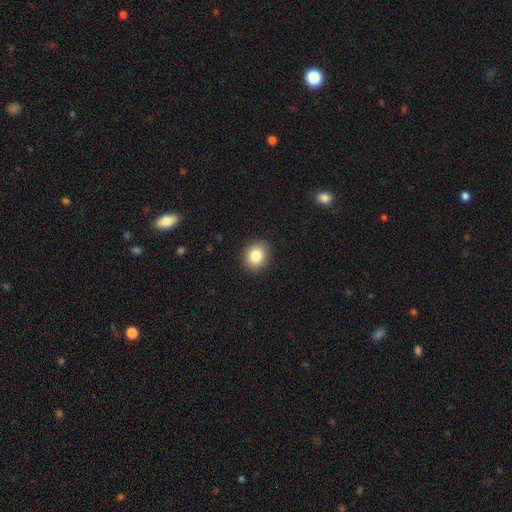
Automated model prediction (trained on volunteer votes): Q: Smooth or featured?
A: smooth (84%); runner-up: star or artifact (10%)
Q: How rounded?
A: round (81%); runner-up: in between (18%)
Q: Merging?
A: none (92%); runner-up: minor disturbance (6%)